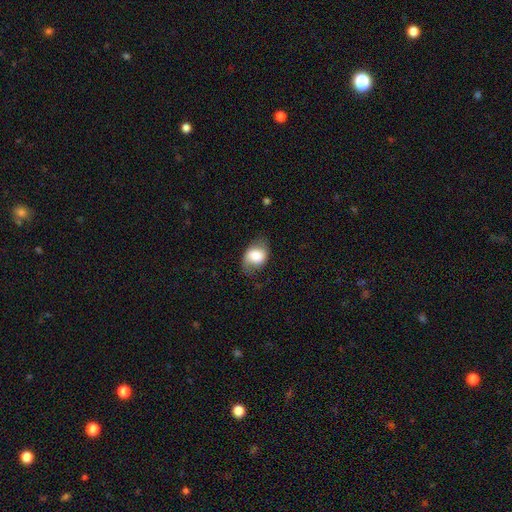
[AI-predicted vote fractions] A smooth galaxy with no disk features (68%) that is in between round and cigar-shaped (68%).

Vote fractions:
- Smooth or featured? smooth: 68% / featured or disk: 24% / star or artifact: 8%
- How rounded? in between: 68% / round: 31% / cigar-shaped: 1%
- Merging? none: 56% / minor disturbance: 29% / major disturbance: 13% / merger: 2%